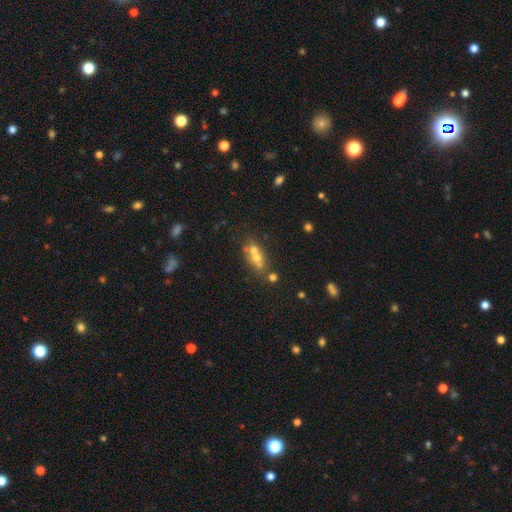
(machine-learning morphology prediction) A smooth galaxy with no disk features (50%) that is in between round and cigar-shaped (47%).

Vote fractions:
- Smooth or featured? smooth: 50% / featured or disk: 32% / star or artifact: 17%
- How rounded? in between: 47% / round: 45% / cigar-shaped: 8%
- Merging? merger: 50% / none: 34% / minor disturbance: 9% / major disturbance: 6%